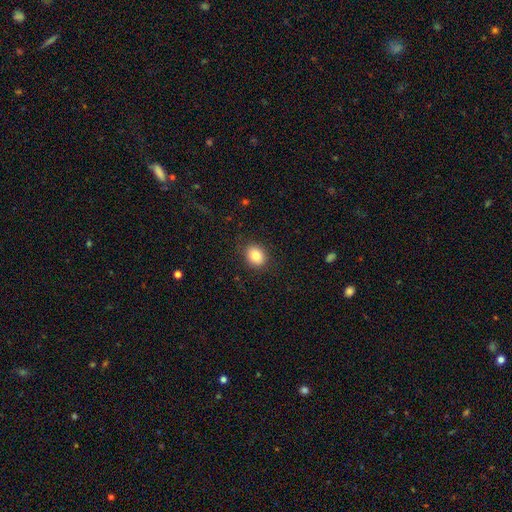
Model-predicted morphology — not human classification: Smooth or featured: smooth — 83% (star or artifact — 9%)
How rounded: round — 52% (in between — 47%)
Merging: none — 87% (minor disturbance — 9%)